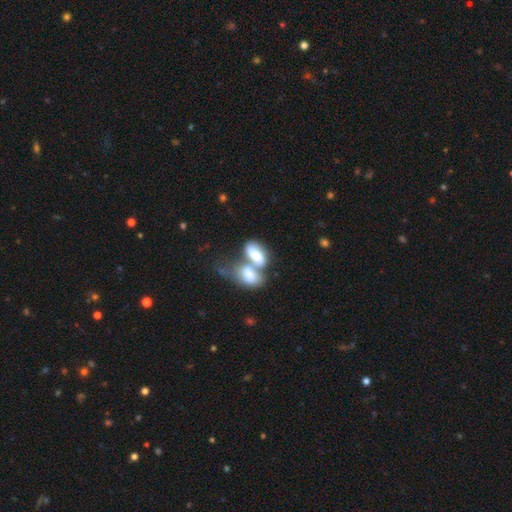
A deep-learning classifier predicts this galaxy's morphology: This appears to be a smooth galaxy with no disk features (70%) that is in between round and cigar-shaped (91%). Merging: merger (75%).